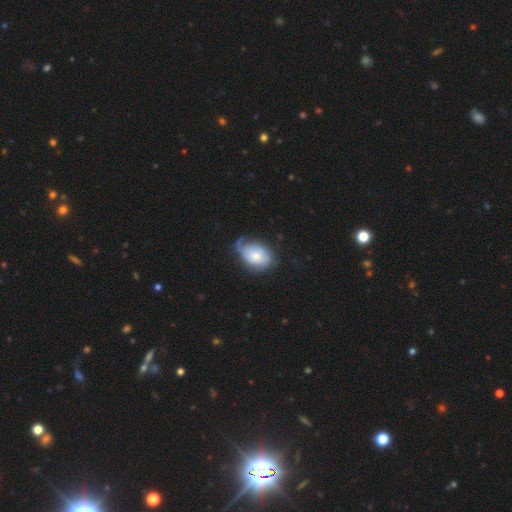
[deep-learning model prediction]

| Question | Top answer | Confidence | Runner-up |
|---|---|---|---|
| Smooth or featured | featured or disk | 47% | smooth (46%) |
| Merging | none | 40% | minor disturbance (33%) |